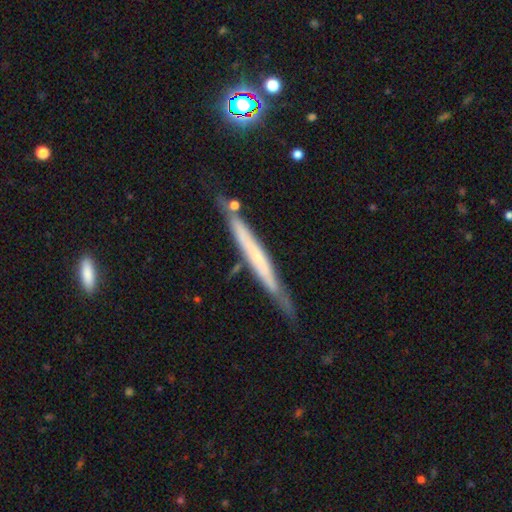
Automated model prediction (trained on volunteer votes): The model was most divided on "smooth or featured": featured or disk: 56%, smooth: 36%, star or artifact: 7%. More confident: edge-on disk — yes (92%); edge-on bulge — none (72%); merging — none (71%).